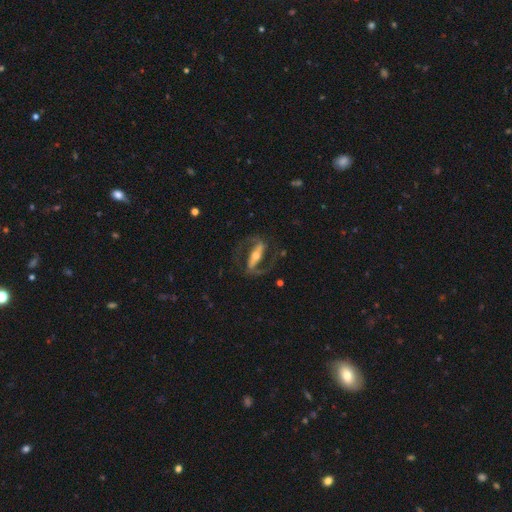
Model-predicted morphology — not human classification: This is clearly a featured or disk galaxy (87%). It is clearly not viewed edge-on (89%). Bar: likely strong (73%). Spiral arm pattern: clearly yes (92%). Spiral arm count: clearly 2 (92%). Spiral winding: possibly medium (53%). Central bulge: possibly moderate (56%). Merging: likely none (75%).